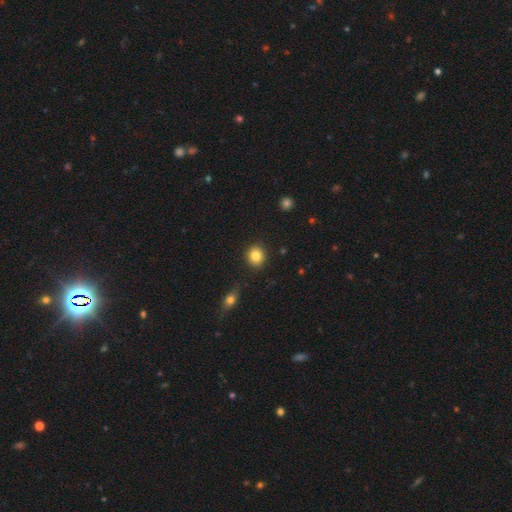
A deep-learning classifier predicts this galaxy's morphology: Q: Smooth or featured?
A: smooth (85%); runner-up: star or artifact (9%)
Q: How rounded?
A: round (80%); runner-up: in between (19%)
Q: Merging?
A: none (89%); runner-up: minor disturbance (7%)